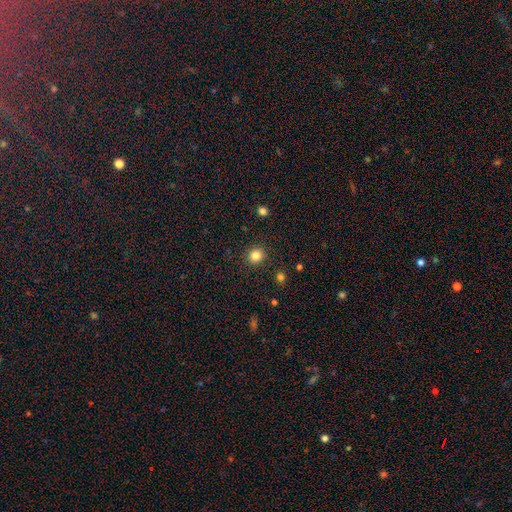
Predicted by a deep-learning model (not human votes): Smooth or featured: smooth — 83% (star or artifact — 12%)
How rounded: round — 86% (in between — 13%)
Merging: none — 90% (minor disturbance — 6%)